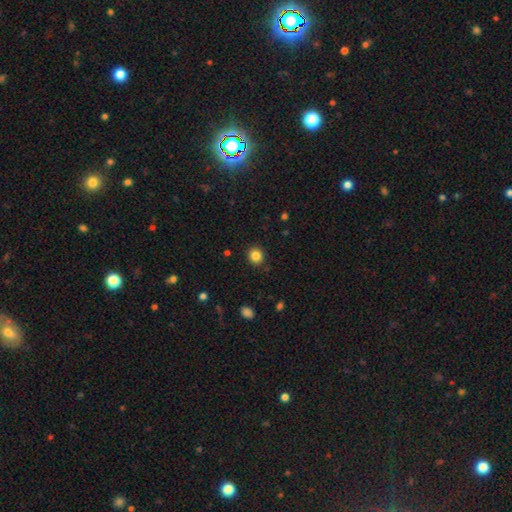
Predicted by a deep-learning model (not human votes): The model was most divided on "smooth or featured": smooth: 84%, star or artifact: 11%, featured or disk: 4%. More confident: merging — none (90%); how rounded — round (88%).